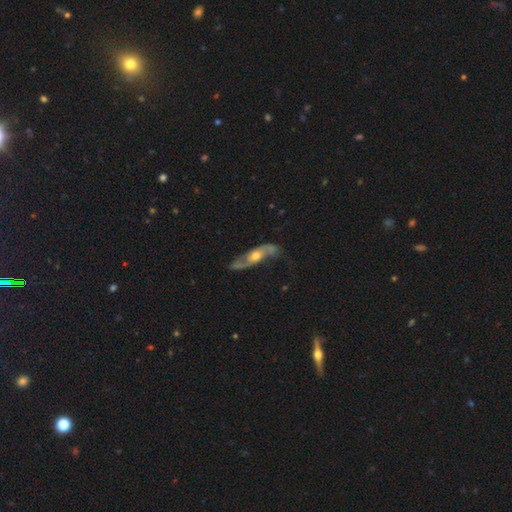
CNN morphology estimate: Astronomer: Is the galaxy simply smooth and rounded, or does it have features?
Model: featured or disk — 83%.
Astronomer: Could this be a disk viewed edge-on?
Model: no — 77%.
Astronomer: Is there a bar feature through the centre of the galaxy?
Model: no — 65%.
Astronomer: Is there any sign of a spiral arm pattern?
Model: yes — 92%.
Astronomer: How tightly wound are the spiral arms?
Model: loose — 42% (runner-up: medium, 41%).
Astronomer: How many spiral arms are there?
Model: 2 — 88%.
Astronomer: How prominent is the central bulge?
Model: moderate — 66%.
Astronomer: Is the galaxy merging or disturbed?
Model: none — 76%.